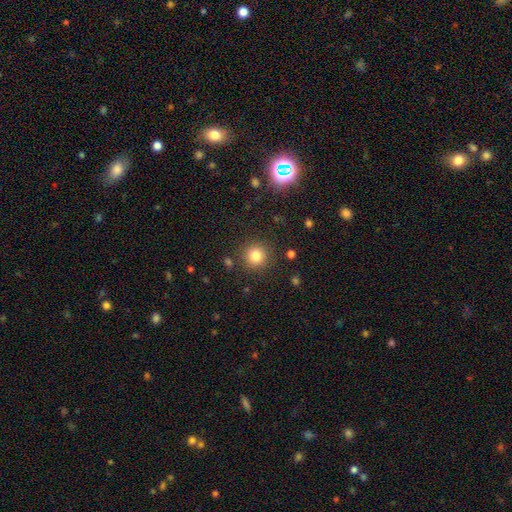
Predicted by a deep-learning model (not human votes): smooth-or-featured: smooth: 82% | star or artifact: 12% | featured or disk: 6%
  how-rounded: round: 94% | in between: 5% | cigar-shaped: 1%
  merging: none: 88% | minor disturbance: 7% | major disturbance: 3% | merger: 2%